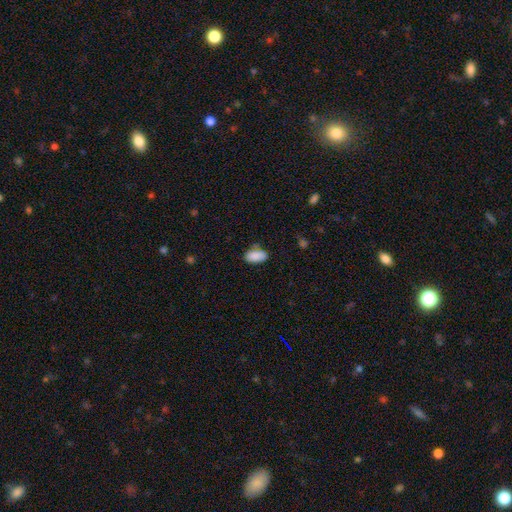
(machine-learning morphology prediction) A smooth galaxy with no disk features (88%) that is in between round and cigar-shaped (94%). Merging: none (72%).